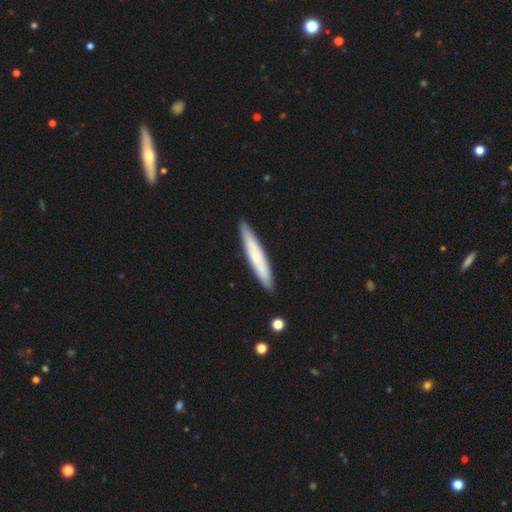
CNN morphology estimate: Smooth or featured?
  - smooth: 60% *
  - featured or disk: 34%
  - star or artifact: 6%
How rounded?
  - cigar-shaped: 94% *
  - in between: 5%
  - round: 1%
Merging?
  - none: 89% *
  - minor disturbance: 8%
  - major disturbance: 1%
  - merger: 1%